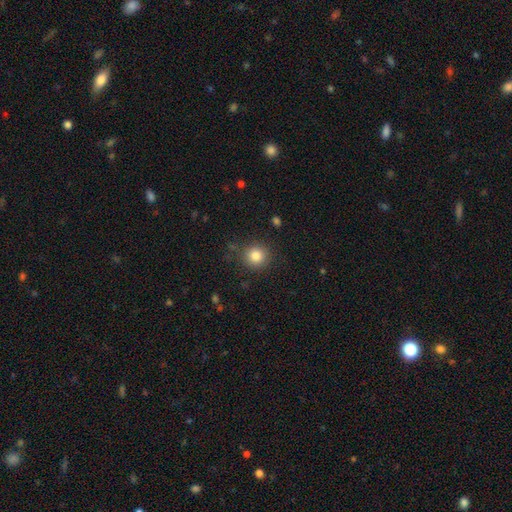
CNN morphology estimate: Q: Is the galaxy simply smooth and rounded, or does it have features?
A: smooth — 83%.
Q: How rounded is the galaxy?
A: round — 93%.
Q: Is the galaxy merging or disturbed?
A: none — 87%.